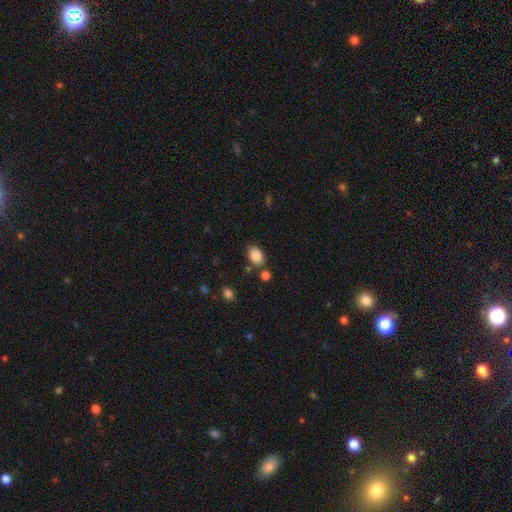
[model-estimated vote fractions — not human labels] Morphology: type=smooth (86%); roundness=in between (79%); merging=none (79%).